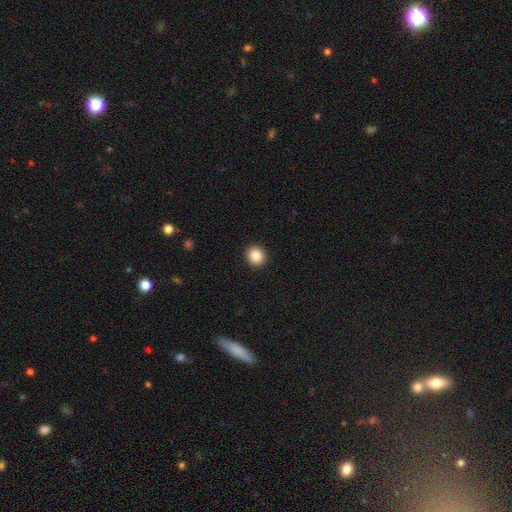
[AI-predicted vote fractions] Smooth or featured: smooth — 87% (star or artifact — 9%)
How rounded: round — 84% (in between — 15%)
Merging: none — 93% (minor disturbance — 5%)